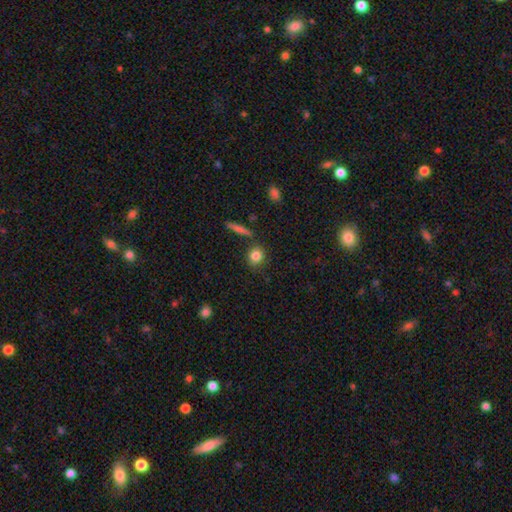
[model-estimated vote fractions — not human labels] Overall: smooth (83%). How rounded: round (78%). Merging: none (81%).